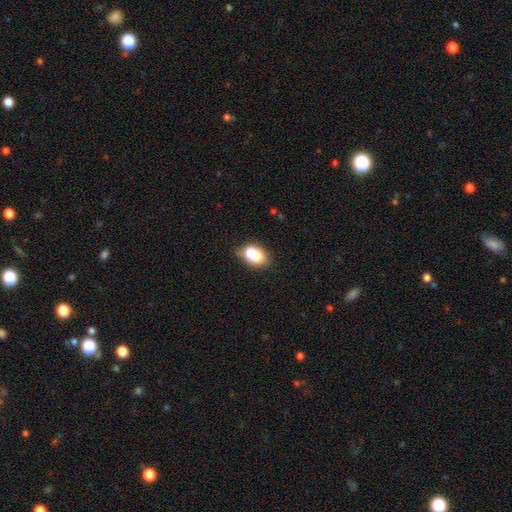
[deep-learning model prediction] Q: Smooth or featured?
A: smooth (69%); runner-up: featured or disk (21%)
Q: How rounded?
A: in between (75%); runner-up: round (24%)
Q: Merging?
A: none (46%); runner-up: merger (34%)